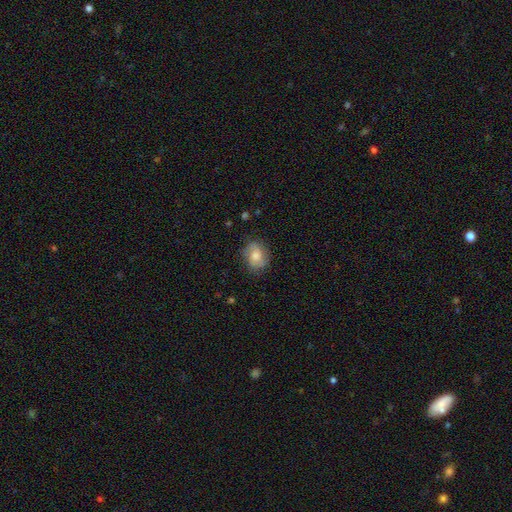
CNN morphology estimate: Smooth or featured?
  - smooth: 57% *
  - featured or disk: 33%
  - star or artifact: 10%
How rounded?
  - round: 53% *
  - in between: 46%
  - cigar-shaped: 1%
Merging?
  - none: 75% *
  - minor disturbance: 19%
  - major disturbance: 6%
  - merger: 1%